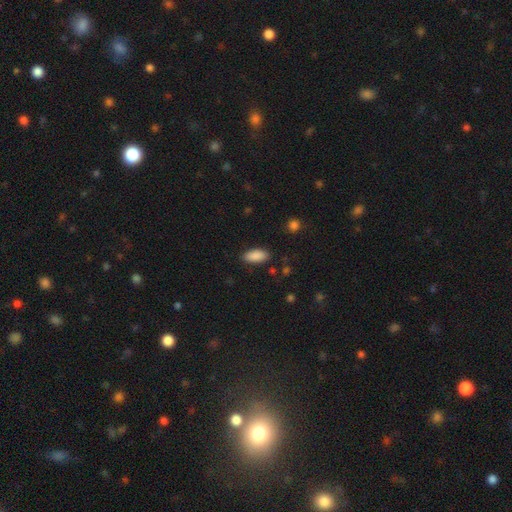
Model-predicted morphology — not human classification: Smooth or featured? Predicted: smooth (p=0.89). How rounded? Predicted: in between (p=0.89). Merging? Predicted: none (p=0.86).